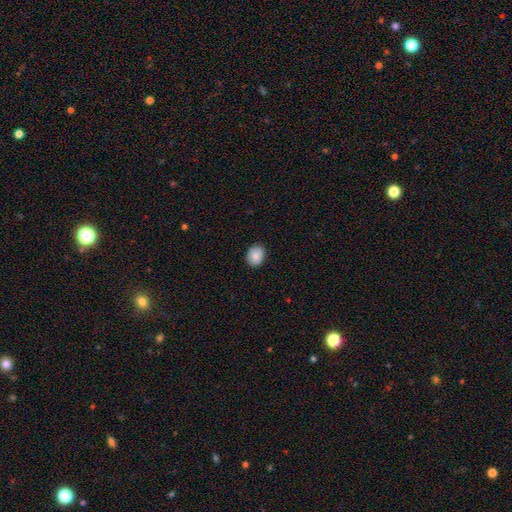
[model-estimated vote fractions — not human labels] The model was most divided on "how rounded": in between: 53%, round: 46%, cigar-shaped: 1%. More confident: merging — none (88%); smooth or featured — smooth (83%).